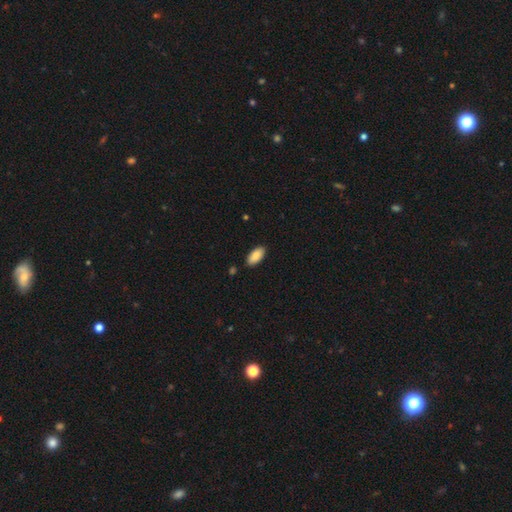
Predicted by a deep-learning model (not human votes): This is clearly a smooth galaxy (85%). How rounded: clearly in between (92%). Merging: clearly none (88%).